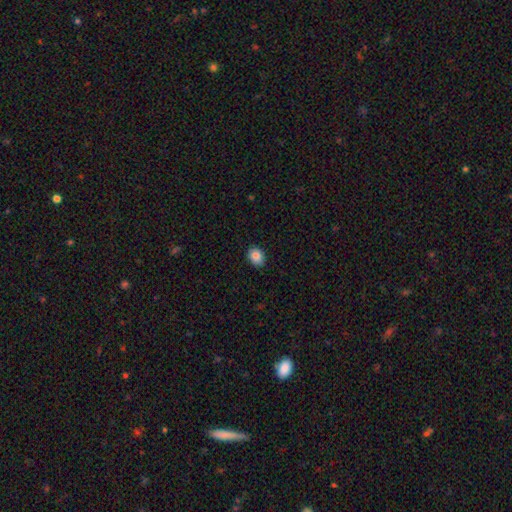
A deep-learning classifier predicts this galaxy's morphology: smooth_or_featured: smooth (p=0.86) [alt: star or artifact p=0.08]
how_rounded: in between (p=0.58) [alt: round p=0.41]
merging: none (p=0.88) [alt: minor disturbance p=0.09]